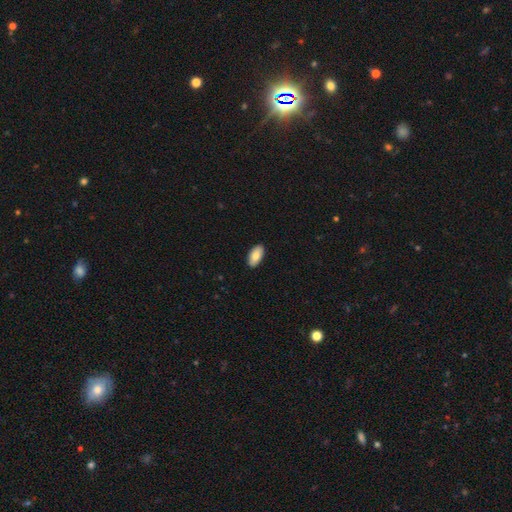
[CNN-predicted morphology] Smooth or featured? smooth (81%)
How rounded? in between (94%)
Merging? none (90%)